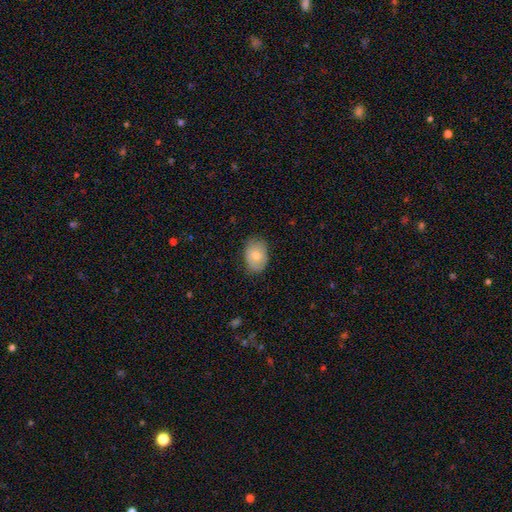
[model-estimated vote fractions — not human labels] smooth_or_featured: smooth (p=0.75) [alt: featured or disk p=0.18]
how_rounded: in between (p=0.76) [alt: round p=0.23]
merging: none (p=0.77) [alt: minor disturbance p=0.19]